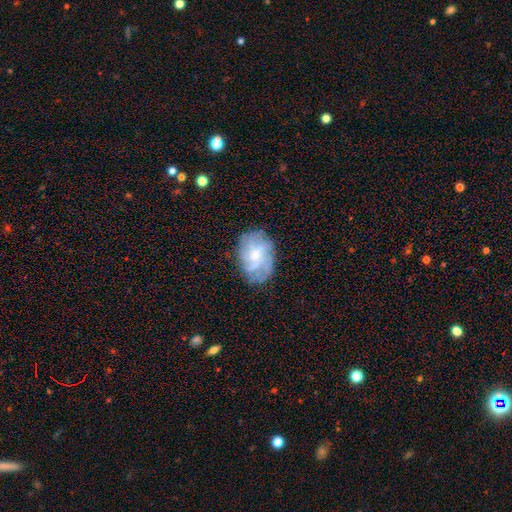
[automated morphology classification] featured or disk 62%, smooth 29%, star or artifact 8%. Down the decision tree: edge-on disk — no (97%); bar — no (55%); spiral arms — yes (77%); bulge size — moderate (47%); merging — none (70%).